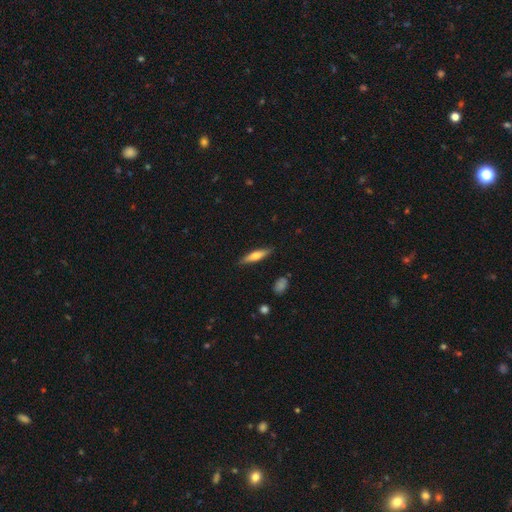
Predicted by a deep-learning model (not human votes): Q: Smooth or featured?
A: smooth (55%); runner-up: featured or disk (39%)
Q: How rounded?
A: cigar-shaped (77%); runner-up: in between (21%)
Q: Merging?
A: none (87%); runner-up: minor disturbance (9%)